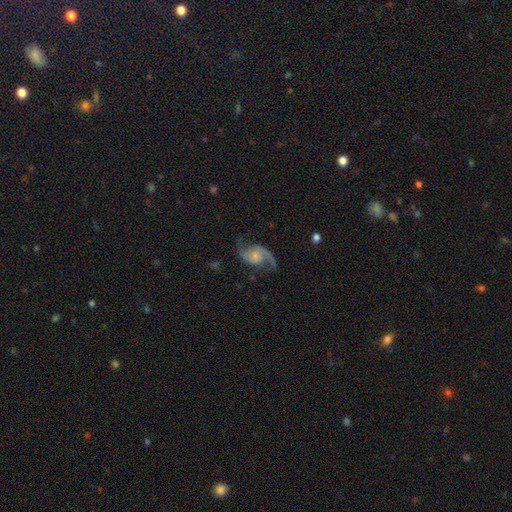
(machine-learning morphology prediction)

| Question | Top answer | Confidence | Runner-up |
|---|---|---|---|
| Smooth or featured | featured or disk | 87% | smooth (7%) |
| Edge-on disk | no | 98% | yes (2%) |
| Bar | no | 61% | weak (32%) |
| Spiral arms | yes | 97% | no (3%) |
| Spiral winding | loose | 60% | medium (34%) |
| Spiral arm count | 2 | 92% | 1 (3%) |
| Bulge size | small | 54% | moderate (26%) |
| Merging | none | 73% | minor disturbance (15%) |